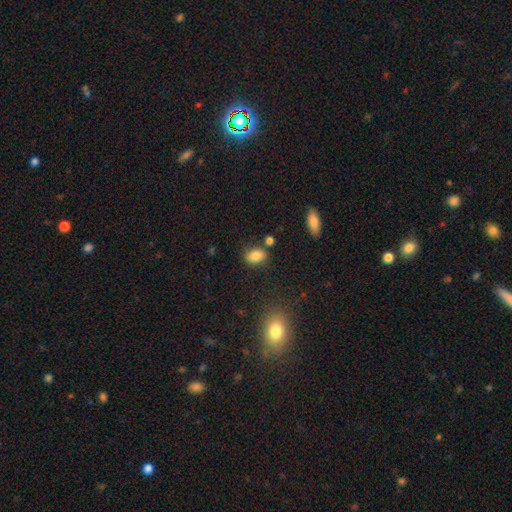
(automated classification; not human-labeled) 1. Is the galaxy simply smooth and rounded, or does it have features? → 83% smooth, 10% star or artifact, 7% featured or disk.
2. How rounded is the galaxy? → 78% in between, 20% round, 2% cigar-shaped.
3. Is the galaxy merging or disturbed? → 77% none, 13% minor disturbance, 6% merger, 3% major disturbance.